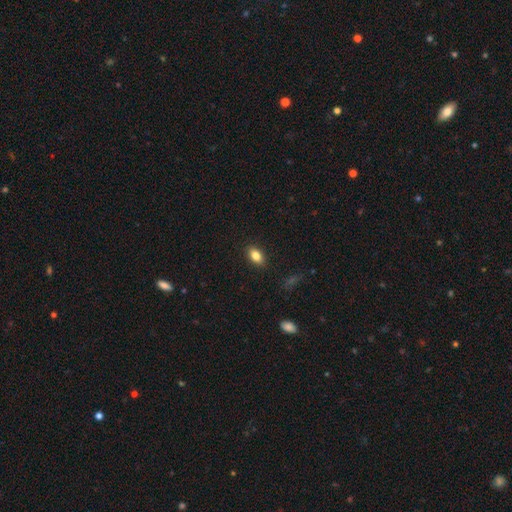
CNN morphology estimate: Smooth or featured? Predicted: smooth (p=0.83). How rounded? Predicted: in between (p=0.86). Merging? Predicted: none (p=0.89).